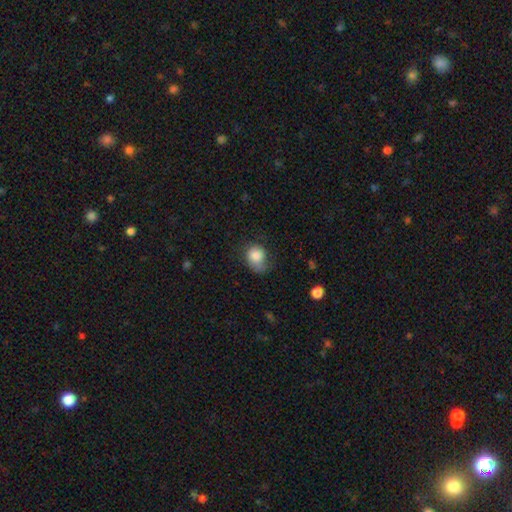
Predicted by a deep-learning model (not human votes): Smooth or featured: smooth — 81% (featured or disk — 11%)
How rounded: round — 61% (in between — 38%)
Merging: none — 44% (minor disturbance — 34%)